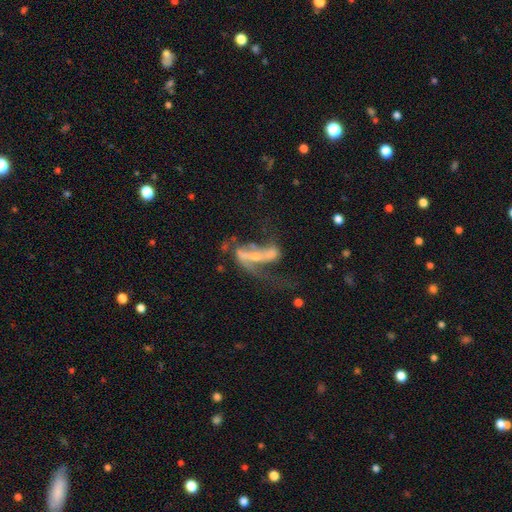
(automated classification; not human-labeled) Smooth or featured: featured or disk — 75% (smooth — 16%)
Edge-on disk: no — 84% (yes — 16%)
Bar: strong — 43% (no — 30%)
Spiral arms: yes — 73% (no — 27%)
Bulge size: small — 49% (moderate — 32%)
Merging: major disturbance — 41% (none — 26%)